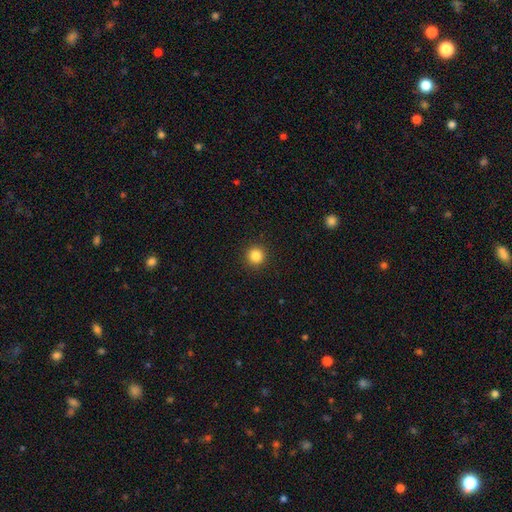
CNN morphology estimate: A smooth galaxy with no disk features (85%) that is round (95%).

Vote fractions:
- Smooth or featured? smooth: 85% / star or artifact: 11% / featured or disk: 4%
- How rounded? round: 95% / in between: 4% / cigar-shaped: 1%
- Merging? none: 93% / minor disturbance: 5% / major disturbance: 2% / merger: 1%